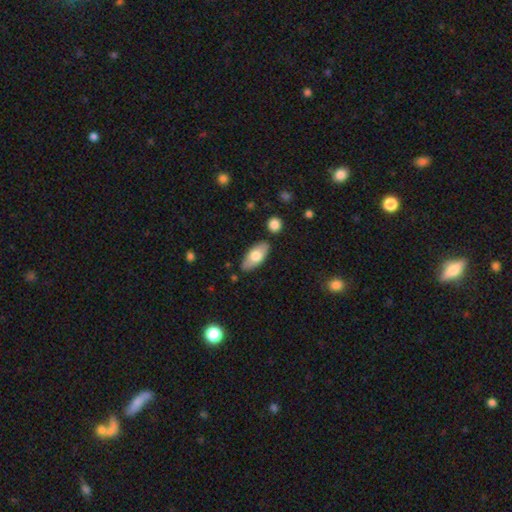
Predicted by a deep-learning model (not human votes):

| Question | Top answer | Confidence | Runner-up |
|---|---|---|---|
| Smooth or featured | smooth | 68% | featured or disk (26%) |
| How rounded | in between | 85% | cigar-shaped (12%) |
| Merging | none | 83% | minor disturbance (12%) |